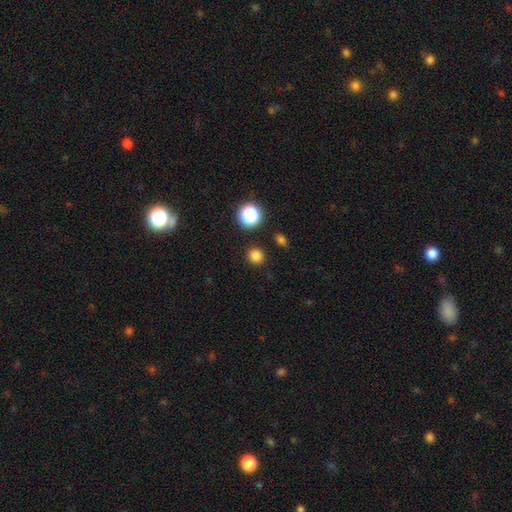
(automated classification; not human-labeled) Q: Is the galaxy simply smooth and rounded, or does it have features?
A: smooth — 81%.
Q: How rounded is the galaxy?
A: round — 91%.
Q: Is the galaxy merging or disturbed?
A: none — 90%.